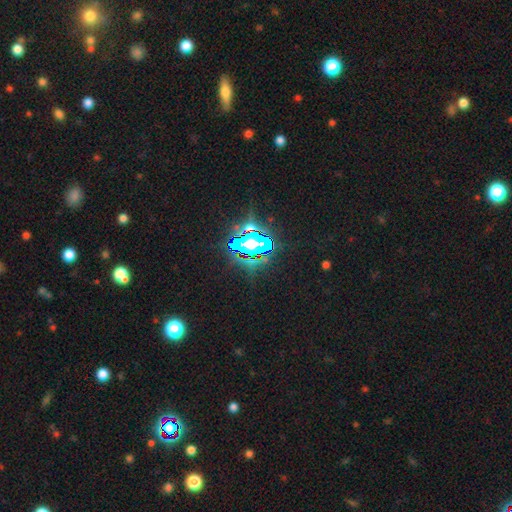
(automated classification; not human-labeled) This appears to be a star or artifact, not a galaxy (82%).